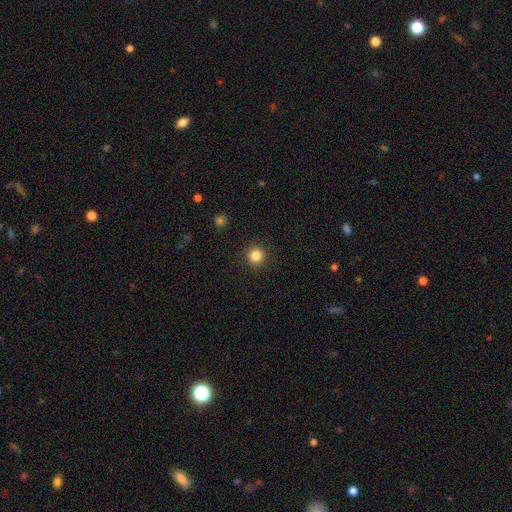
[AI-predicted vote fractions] Smooth or featured? smooth (85%)
How rounded? round (95%)
Merging? none (92%)